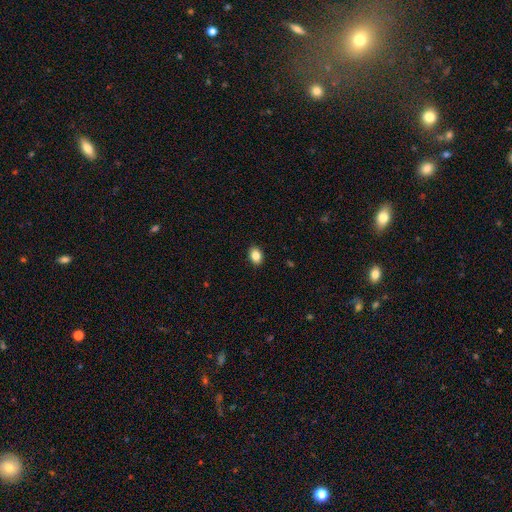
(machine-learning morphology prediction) The model was most divided on "how rounded": in between: 74%, round: 25%, cigar-shaped: 1%. More confident: merging — none (90%); smooth or featured — smooth (86%).